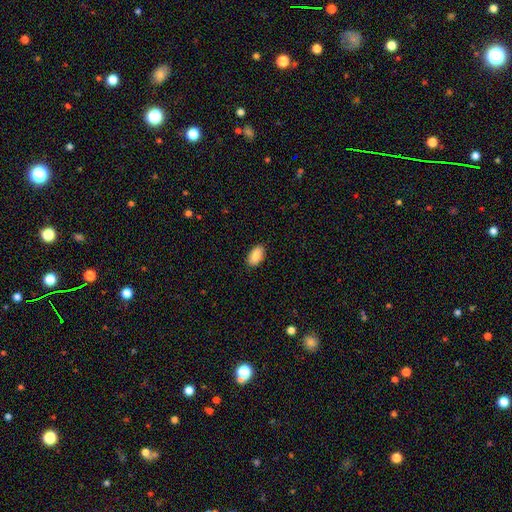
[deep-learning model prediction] smooth 87%, star or artifact 7%, featured or disk 6%. Down the decision tree: how rounded — in between (94%); merging — none (88%).